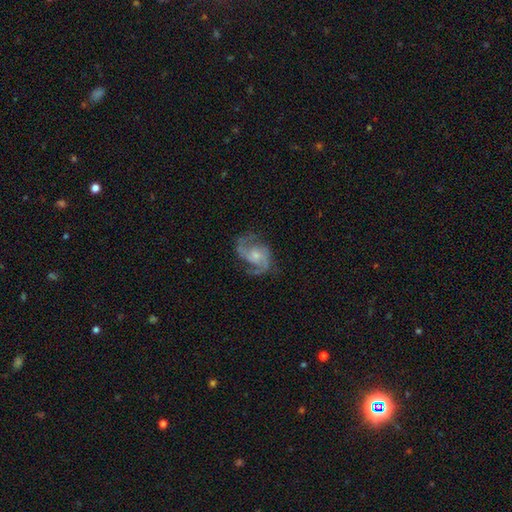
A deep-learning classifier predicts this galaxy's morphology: Overall: featured or disk (88%). Edge-on disk: no (98%). Bar: no (64%; weak 31%). Spiral arms: yes (97%). Spiral arm count: 2 (83%). Spiral winding: medium (57%; loose 26%). Bulge size: small (56%; moderate 35%). Merging: none (70%).